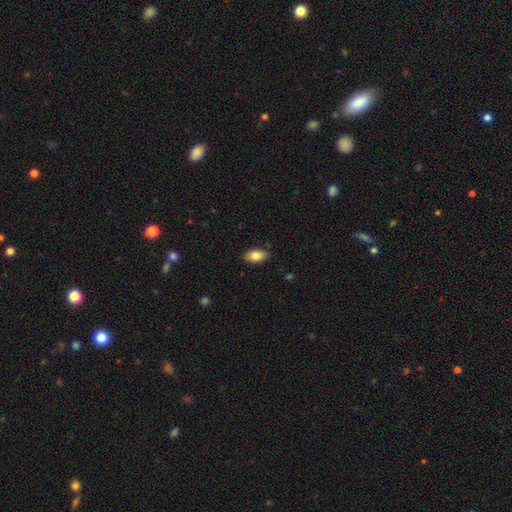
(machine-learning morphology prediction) smooth_or_featured: smooth (p=0.82) [alt: featured or disk p=0.11]
how_rounded: in between (p=0.93) [alt: round p=0.05]
merging: none (p=0.86) [alt: minor disturbance p=0.11]